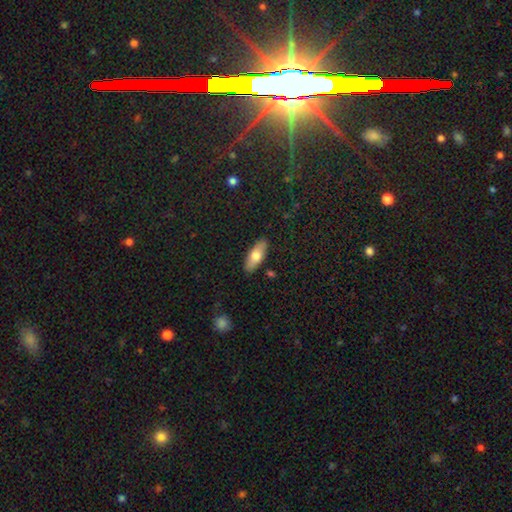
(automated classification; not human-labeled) Q: Smooth or featured?
A: smooth (69%); runner-up: featured or disk (25%)
Q: How rounded?
A: in between (74%); runner-up: cigar-shaped (24%)
Q: Merging?
A: none (88%); runner-up: minor disturbance (9%)